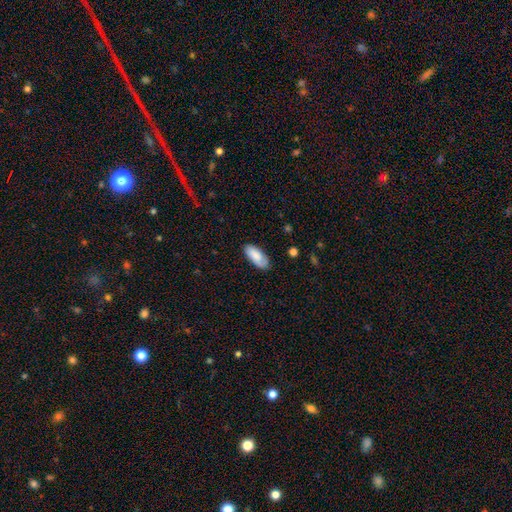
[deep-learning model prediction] Smooth or featured: smooth — 80% (featured or disk — 14%)
How rounded: in between — 88% (cigar-shaped — 10%)
Merging: none — 78% (minor disturbance — 17%)